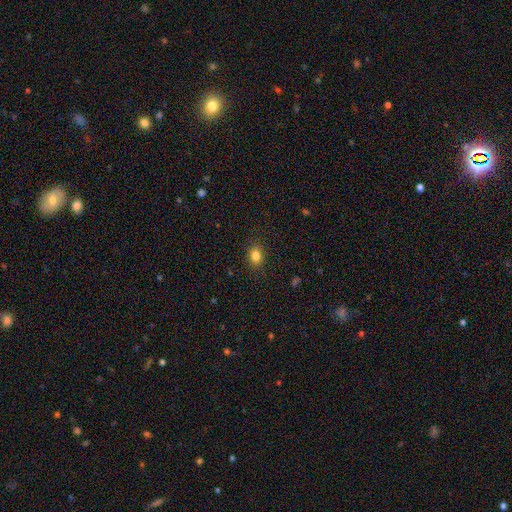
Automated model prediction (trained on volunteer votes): Smooth or featured? Predicted: smooth (p=0.83). How rounded? Predicted: in between (p=0.53). Merging? Predicted: none (p=0.88).